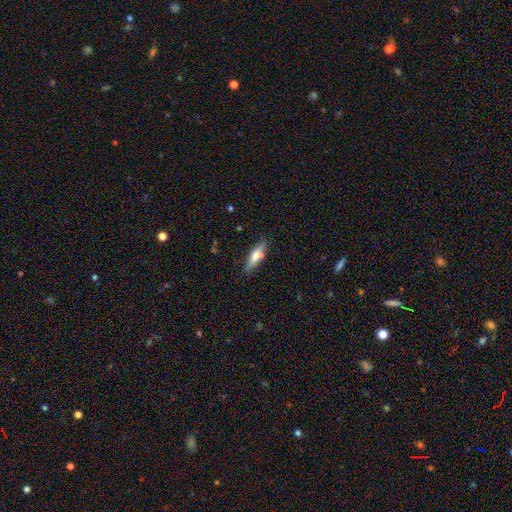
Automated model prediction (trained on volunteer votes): A smooth galaxy with no disk features (62%) that is cigar-shaped (62%). Merging: none (79%).